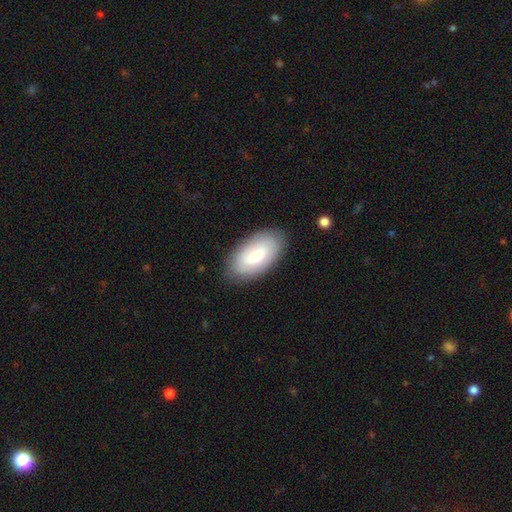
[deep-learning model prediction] smooth 71%, featured or disk 22%, star or artifact 6%. Down the decision tree: how rounded — in between (95%); merging — none (84%).